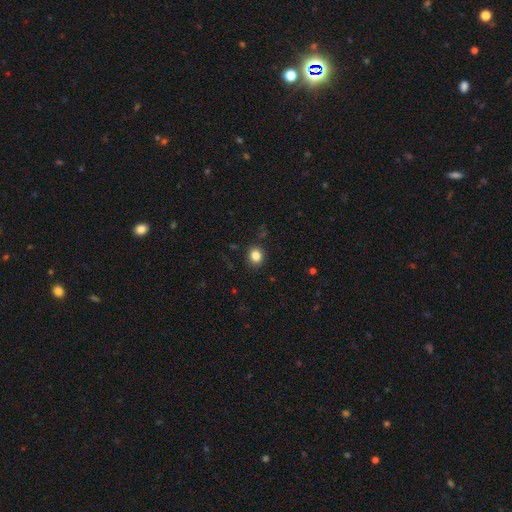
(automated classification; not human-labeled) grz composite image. It shows a smooth galaxy with no disk features (84%) that is round (75%). Merging: none (89%).